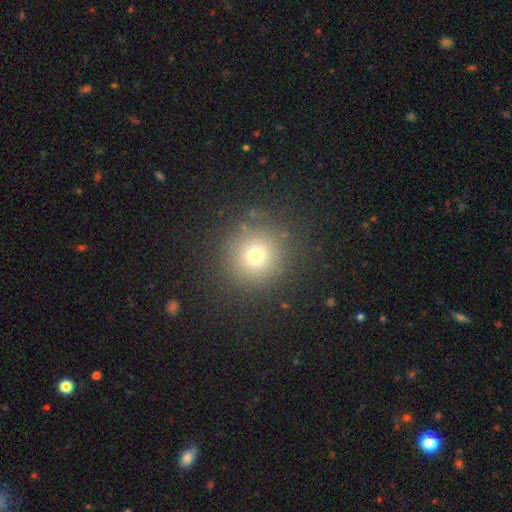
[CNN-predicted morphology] Smooth or featured? smooth (71%)
How rounded? round (94%)
Merging? none (87%)